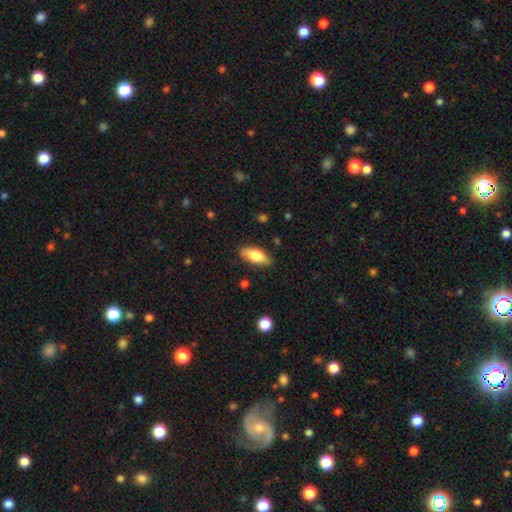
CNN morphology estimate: Overall: smooth (76%). How rounded: in between (84%). Merging: none (83%).